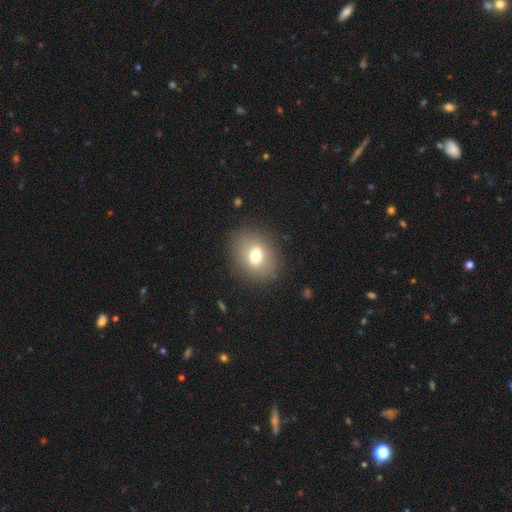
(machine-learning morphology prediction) Smooth or featured? smooth (70%)
How rounded? round (54%)
Merging? none (86%)